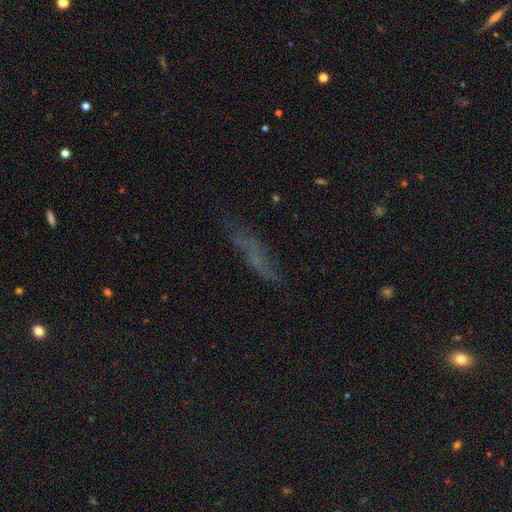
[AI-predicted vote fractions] smooth-or-featured: featured or disk: 39% | smooth: 37% | star or artifact: 24%
  merging: none: 64% | minor disturbance: 21% | major disturbance: 12% | merger: 3%